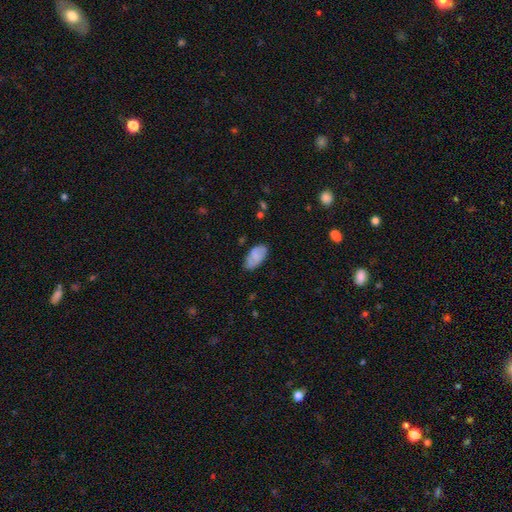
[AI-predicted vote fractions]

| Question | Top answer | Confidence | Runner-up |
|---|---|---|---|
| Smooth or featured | smooth | 80% | featured or disk (14%) |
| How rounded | in between | 95% | cigar-shaped (3%) |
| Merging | none | 75% | minor disturbance (19%) |